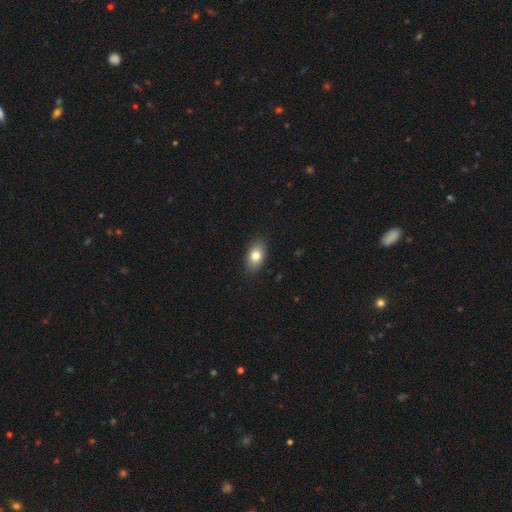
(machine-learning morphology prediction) Smooth or featured? Predicted: smooth (p=0.80). How rounded? Predicted: in between (p=0.87). Merging? Predicted: none (p=0.86).